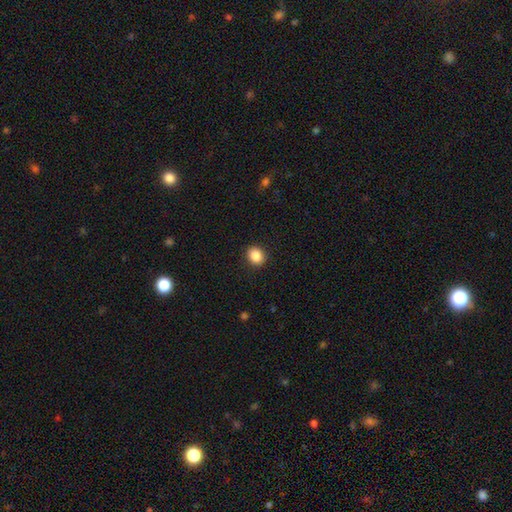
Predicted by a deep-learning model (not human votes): Q: Smooth or featured?
A: smooth (87%); runner-up: star or artifact (9%)
Q: How rounded?
A: round (61%); runner-up: in between (38%)
Q: Merging?
A: none (91%); runner-up: minor disturbance (6%)